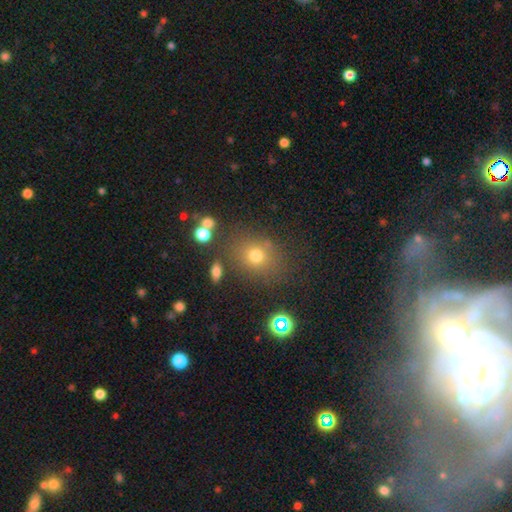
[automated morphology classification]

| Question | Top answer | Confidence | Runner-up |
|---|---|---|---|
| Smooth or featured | smooth | 69% | star or artifact (20%) |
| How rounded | round | 63% | in between (36%) |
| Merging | none | 76% | minor disturbance (12%) |